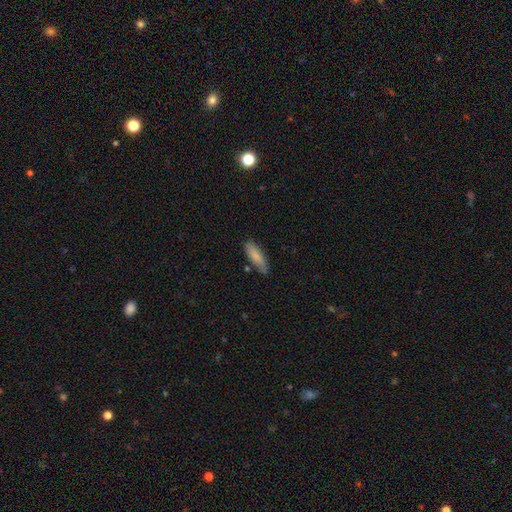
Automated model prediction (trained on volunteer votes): A smooth galaxy with no disk features (84%) that is cigar-shaped (50%).

Vote fractions:
- Smooth or featured? smooth: 84% / featured or disk: 10% / star or artifact: 6%
- How rounded? cigar-shaped: 50% / in between: 49% / round: 2%
- Merging? none: 76% / minor disturbance: 19% / major disturbance: 3% / merger: 3%